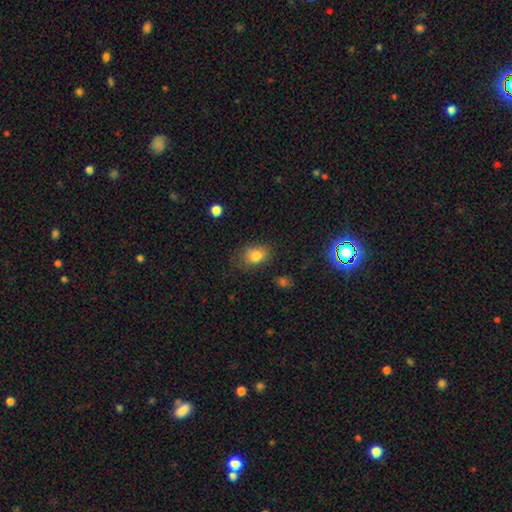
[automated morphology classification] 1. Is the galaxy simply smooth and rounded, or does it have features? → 81% smooth, 10% star or artifact, 8% featured or disk.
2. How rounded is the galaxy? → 72% in between, 27% round, 1% cigar-shaped.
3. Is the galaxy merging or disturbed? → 71% none, 20% minor disturbance, 7% major disturbance, 2% merger.